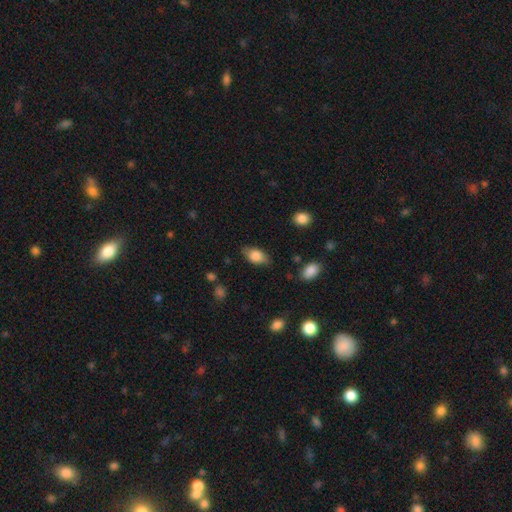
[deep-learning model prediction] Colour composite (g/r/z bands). It shows a smooth galaxy with no disk features (80%) that is in between round and cigar-shaped (89%). Merging: none (76%).